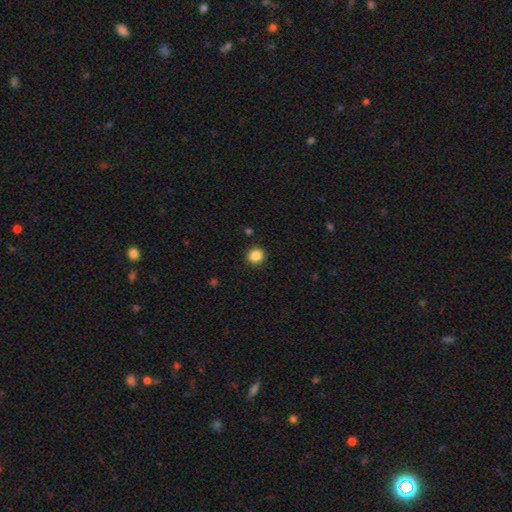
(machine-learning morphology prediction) A smooth galaxy with no disk features (86%) that is round (80%). Merging: none (91%).